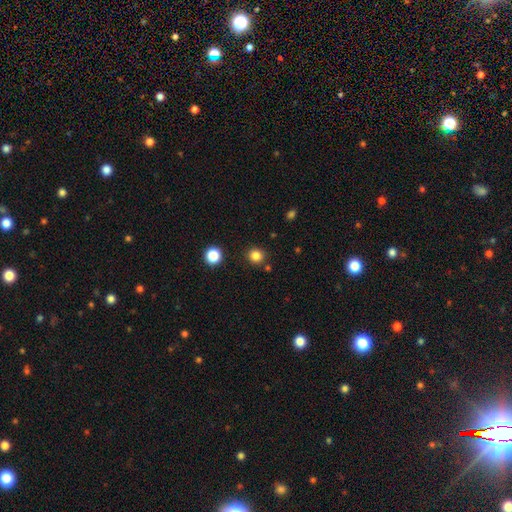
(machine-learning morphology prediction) This appears to be a smooth galaxy with no disk features (83%) that is round (90%). Merging: none (87%).